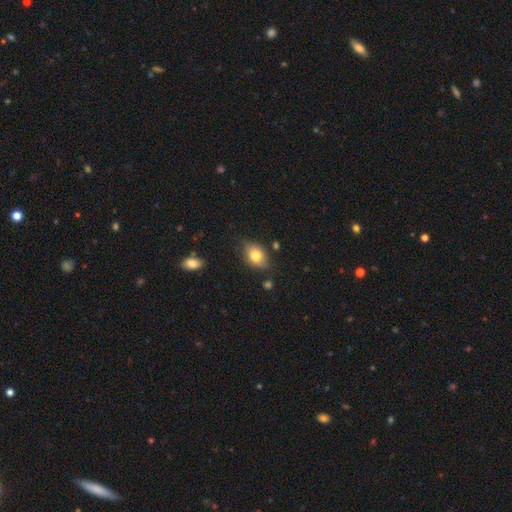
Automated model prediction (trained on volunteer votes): A smooth galaxy with no disk features (77%) that is in between round and cigar-shaped (78%).

Vote fractions:
- Smooth or featured? smooth: 77% / featured or disk: 15% / star or artifact: 8%
- How rounded? in between: 78% / round: 20% / cigar-shaped: 2%
- Merging? none: 75% / minor disturbance: 19% / major disturbance: 3% / merger: 2%